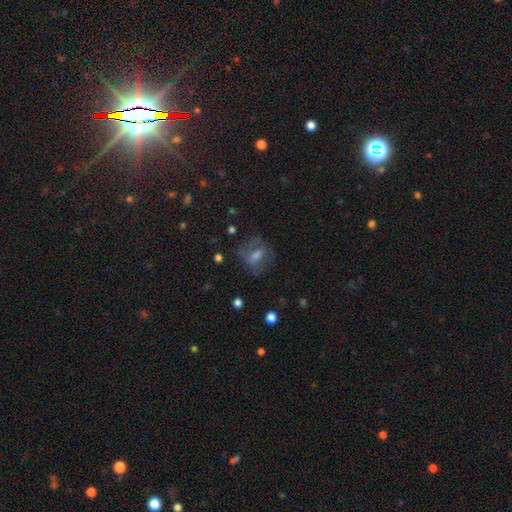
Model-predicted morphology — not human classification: Overall: featured or disk (43%; smooth 38%). Merging: none (62%).